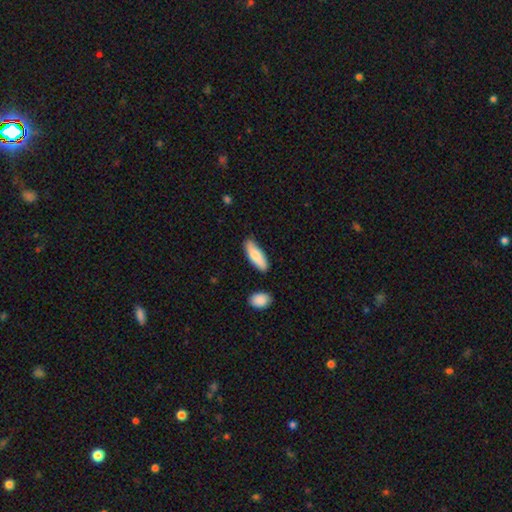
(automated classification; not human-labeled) Q: Smooth or featured?
A: smooth (81%); runner-up: featured or disk (14%)
Q: How rounded?
A: in between (60%); runner-up: cigar-shaped (38%)
Q: Merging?
A: none (82%); runner-up: minor disturbance (13%)